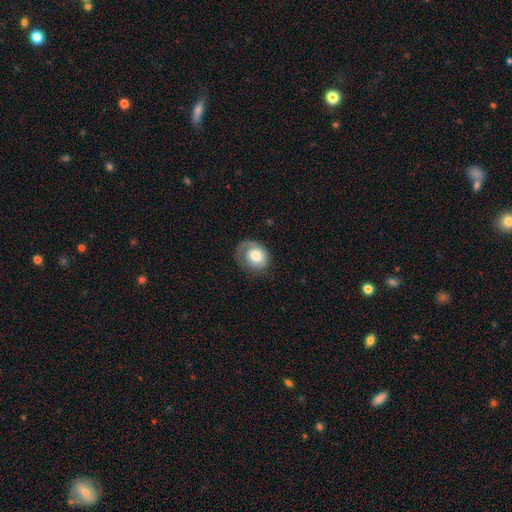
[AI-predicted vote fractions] Q: Smooth or featured?
A: smooth (59%); runner-up: featured or disk (35%)
Q: How rounded?
A: round (63%); runner-up: in between (36%)
Q: Merging?
A: none (56%); runner-up: minor disturbance (23%)